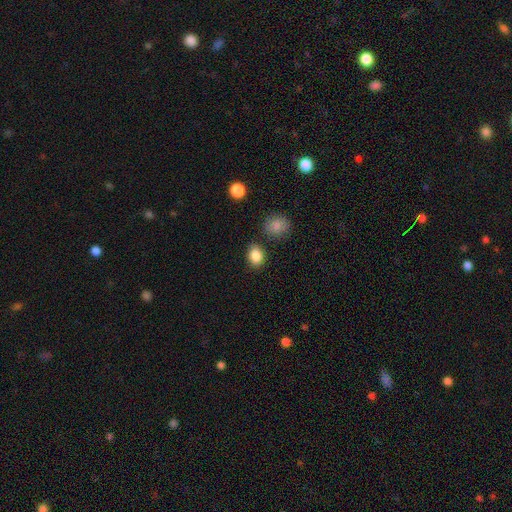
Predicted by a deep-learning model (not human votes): This appears to be a smooth galaxy with no disk features (86%) that is in between round and cigar-shaped (61%). Merging: none (83%).